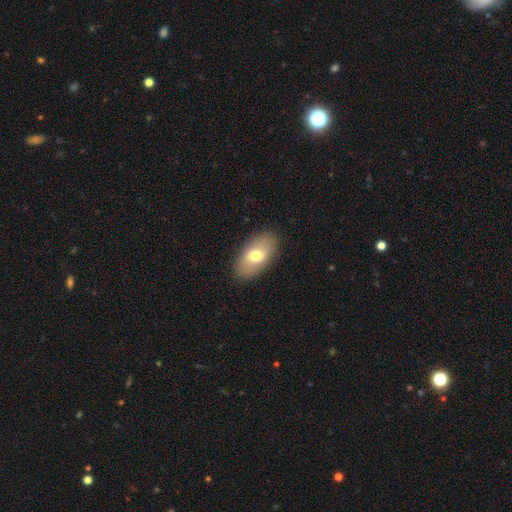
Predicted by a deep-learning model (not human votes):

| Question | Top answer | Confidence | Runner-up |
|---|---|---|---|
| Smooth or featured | smooth | 71% | featured or disk (22%) |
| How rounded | in between | 92% | round (5%) |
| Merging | none | 88% | minor disturbance (9%) |